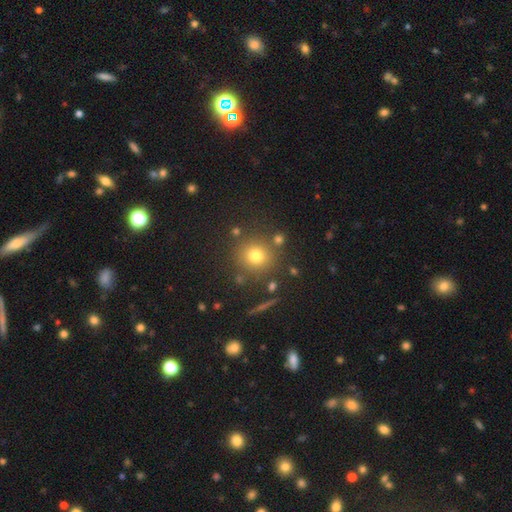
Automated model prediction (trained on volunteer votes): Overall: smooth (75%). How rounded: round (92%). Merging: none (82%).